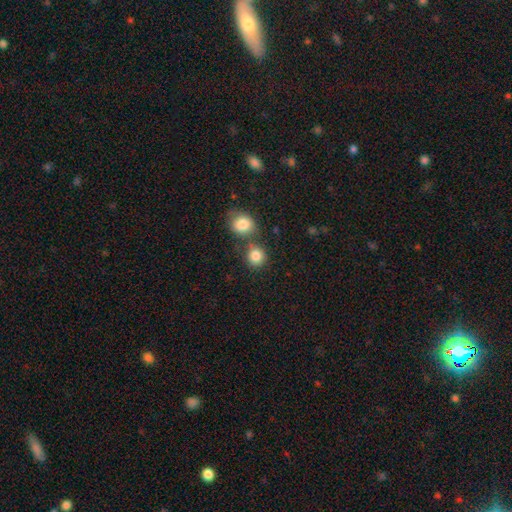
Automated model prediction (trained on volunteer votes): A smooth galaxy with no disk features (84%) that is round (84%). Merging: none (60%).